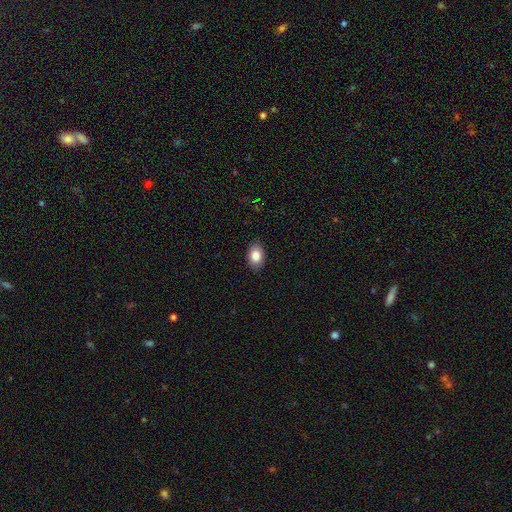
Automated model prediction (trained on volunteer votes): smooth 85%, star or artifact 8%, featured or disk 7%. Down the decision tree: how rounded — in between (82%); merging — none (87%).